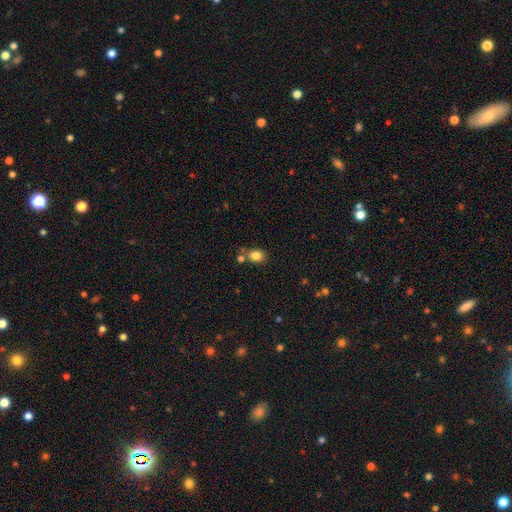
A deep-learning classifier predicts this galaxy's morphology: smooth-or-featured: smooth: 84% | star or artifact: 10% | featured or disk: 6%
  how-rounded: in between: 64% | round: 34% | cigar-shaped: 1%
  merging: none: 63% | merger: 19% | minor disturbance: 14% | major disturbance: 5%